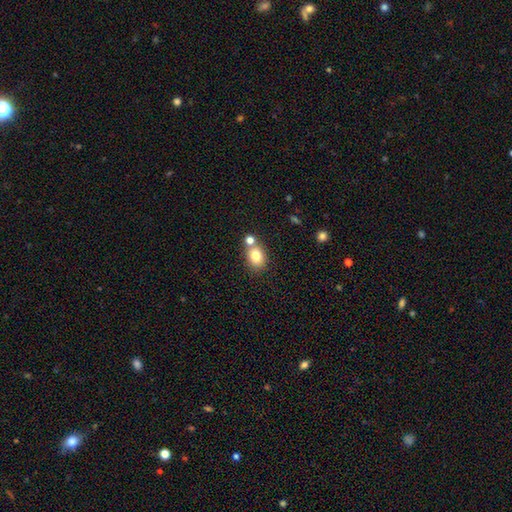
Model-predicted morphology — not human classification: A smooth galaxy with no disk features (80%) that is in between round and cigar-shaped (59%).

Vote fractions:
- Smooth or featured? smooth: 80% / star or artifact: 10% / featured or disk: 10%
- How rounded? in between: 59% / round: 40% / cigar-shaped: 1%
- Merging? none: 62% / merger: 24% / minor disturbance: 11% / major disturbance: 3%